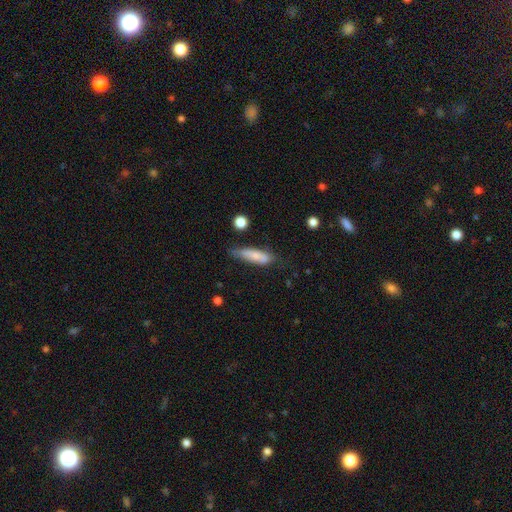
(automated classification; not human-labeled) Smooth or featured? Predicted: smooth (p=0.75). How rounded? Predicted: cigar-shaped (p=0.65). Merging? Predicted: none (p=0.62).